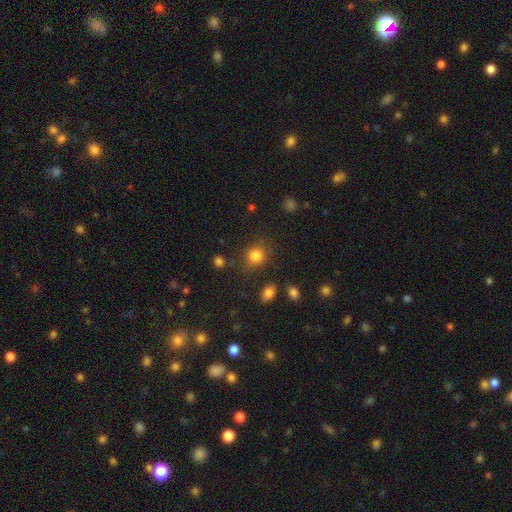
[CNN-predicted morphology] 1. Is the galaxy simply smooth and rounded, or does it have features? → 82% smooth, 12% star or artifact, 6% featured or disk.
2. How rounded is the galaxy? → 80% round, 19% in between, 1% cigar-shaped.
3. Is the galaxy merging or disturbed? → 78% none, 13% minor disturbance, 5% major disturbance, 4% merger.